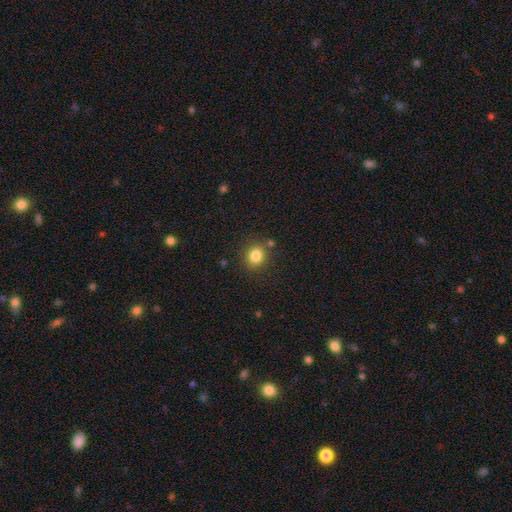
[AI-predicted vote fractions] Smooth or featured? smooth (82%)
How rounded? round (70%)
Merging? none (83%)